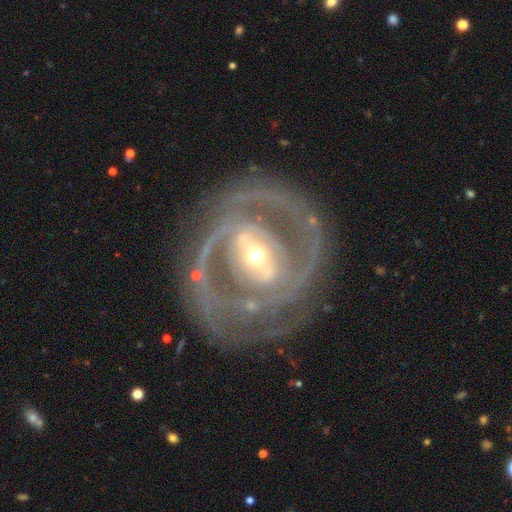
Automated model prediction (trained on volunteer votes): A featured or disk galaxy (86%) with a strong bar (44%), 2 (61%) tight (52%) spiral arms (78%) and a moderate central bulge (52%). Merging: none (72%).